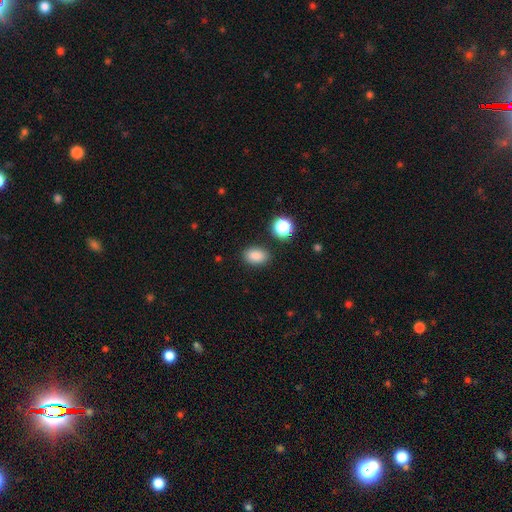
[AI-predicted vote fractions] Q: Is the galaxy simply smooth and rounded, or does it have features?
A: smooth — 86%.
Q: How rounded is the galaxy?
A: in between — 81%.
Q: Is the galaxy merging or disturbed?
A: none — 84%.